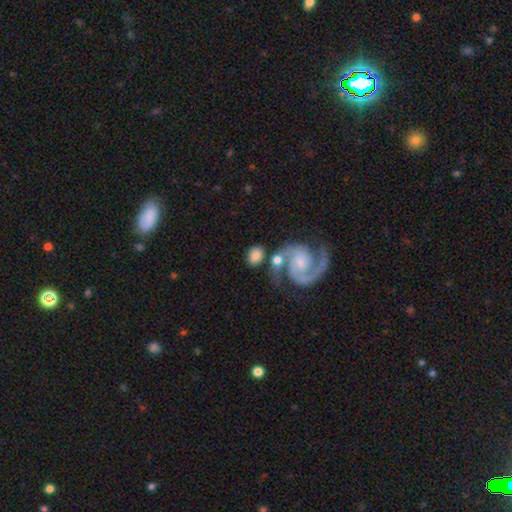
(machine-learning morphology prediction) smooth-or-featured: smooth: 57% | featured or disk: 36% | star or artifact: 7%
  how-rounded: in between: 56% | round: 42% | cigar-shaped: 2%
  merging: none: 60% | merger: 20% | minor disturbance: 14% | major disturbance: 6%